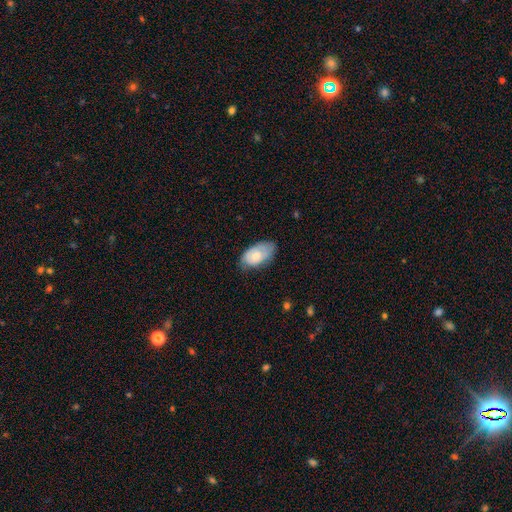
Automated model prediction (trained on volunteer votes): This is likely a smooth galaxy (65%). How rounded: clearly in between (93%). Merging: likely none (63%).